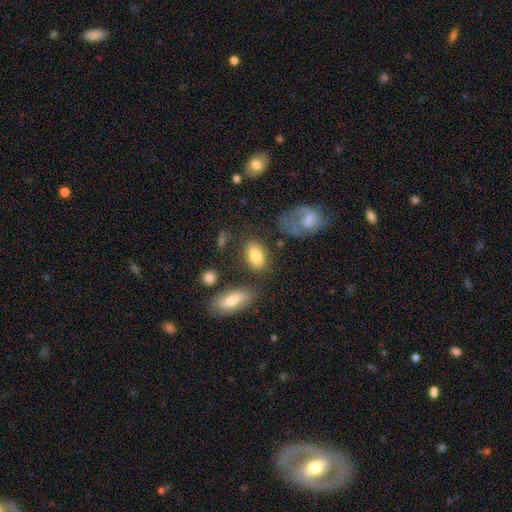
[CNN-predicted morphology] A smooth galaxy with no disk features (81%) that is in between round and cigar-shaped (91%).

Vote fractions:
- Smooth or featured? smooth: 81% / featured or disk: 11% / star or artifact: 7%
- How rounded? in between: 91% / round: 6% / cigar-shaped: 3%
- Merging? none: 71% / minor disturbance: 15% / merger: 8% / major disturbance: 6%